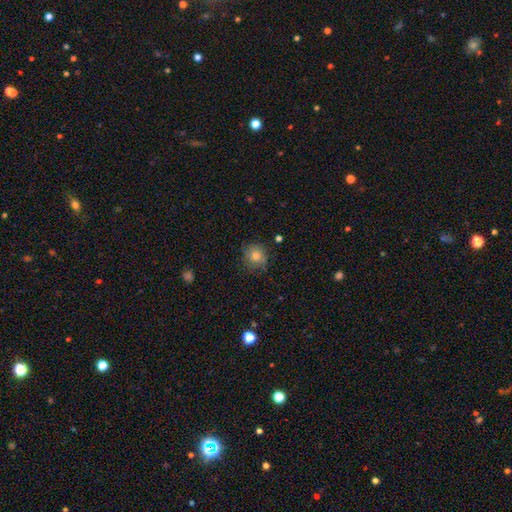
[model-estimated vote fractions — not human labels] A smooth galaxy with no disk features (74%) that is round (88%).

Vote fractions:
- Smooth or featured? smooth: 74% / featured or disk: 14% / star or artifact: 12%
- How rounded? round: 88% / in between: 11% / cigar-shaped: 1%
- Merging? none: 78% / minor disturbance: 16% / major disturbance: 4% / merger: 1%